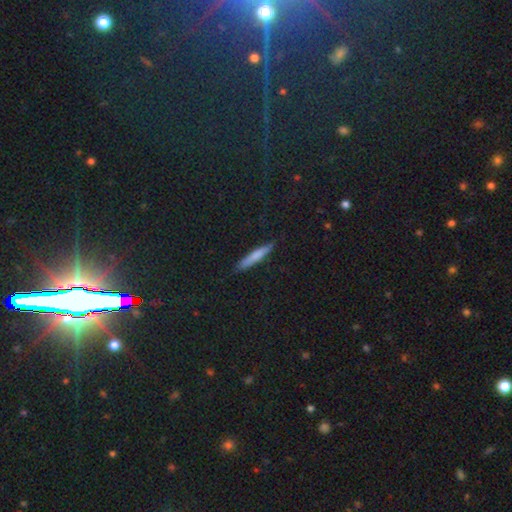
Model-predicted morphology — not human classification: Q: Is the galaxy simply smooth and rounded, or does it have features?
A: smooth — 67%.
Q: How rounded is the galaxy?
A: cigar-shaped — 92%.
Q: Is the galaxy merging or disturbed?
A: none — 89%.